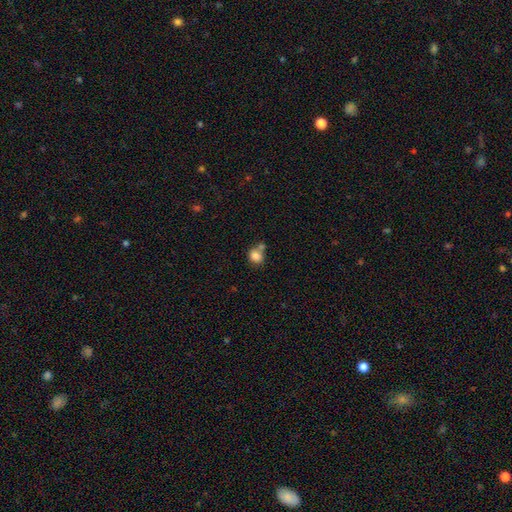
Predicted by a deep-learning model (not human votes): Q: Smooth or featured?
A: smooth (81%); runner-up: star or artifact (10%)
Q: How rounded?
A: round (61%); runner-up: in between (38%)
Q: Merging?
A: none (45%); runner-up: merger (35%)